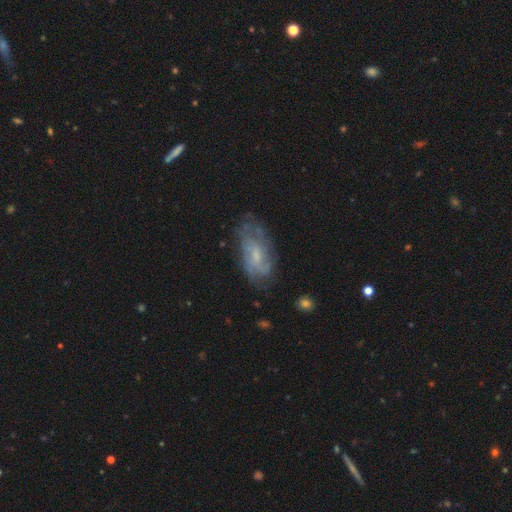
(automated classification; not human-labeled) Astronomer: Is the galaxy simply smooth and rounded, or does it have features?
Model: featured or disk — 69%.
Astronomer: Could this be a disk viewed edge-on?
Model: no — 94%.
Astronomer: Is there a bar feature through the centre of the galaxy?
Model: no — 56% (runner-up: weak, 39%).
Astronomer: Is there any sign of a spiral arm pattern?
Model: yes — 82%.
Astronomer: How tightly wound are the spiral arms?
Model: tight — 41% (runner-up: medium, 40%).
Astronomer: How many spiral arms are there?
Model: can't tell — 47% (runner-up: 2, 26%).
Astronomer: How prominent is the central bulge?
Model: small — 58%.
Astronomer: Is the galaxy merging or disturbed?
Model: none — 66%.